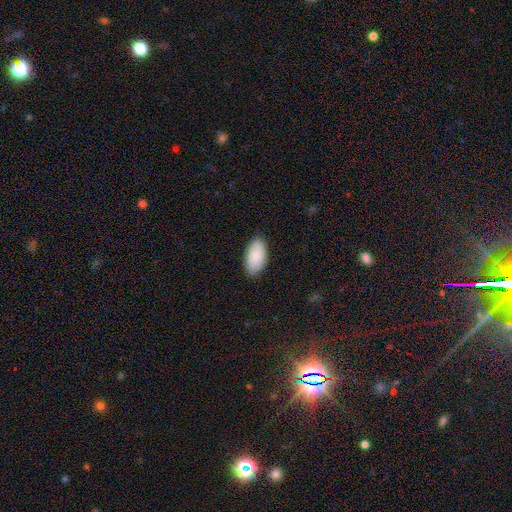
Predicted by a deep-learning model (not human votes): Smooth or featured: smooth — 89% (star or artifact — 6%)
How rounded: in between — 95% (cigar-shaped — 3%)
Merging: none — 87% (minor disturbance — 10%)